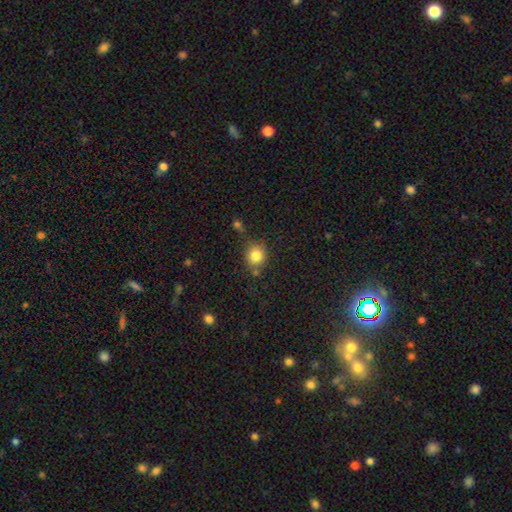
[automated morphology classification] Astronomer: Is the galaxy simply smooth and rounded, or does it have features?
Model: smooth — 82%.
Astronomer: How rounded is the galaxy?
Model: round — 83%.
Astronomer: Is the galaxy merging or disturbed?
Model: none — 72%.